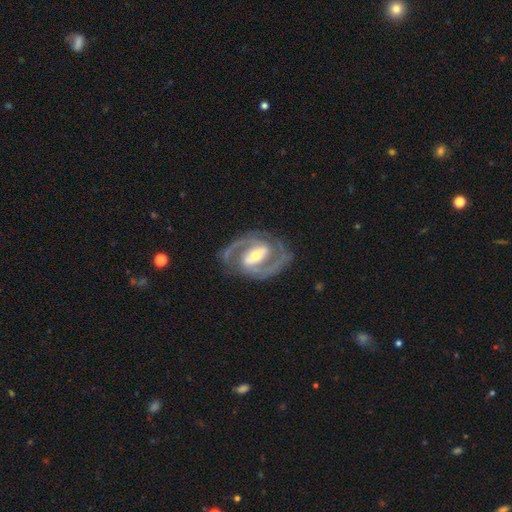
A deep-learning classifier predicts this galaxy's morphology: Smooth or featured?
  - featured or disk: 92% *
  - smooth: 5%
  - star or artifact: 4%
Edge-on disk?
  - no: 97% *
  - yes: 3%
Bar?
  - strong: 61% *
  - weak: 29%
  - no: 10%
Spiral arms?
  - yes: 97% *
  - no: 3%
Spiral winding?
  - medium: 53% *
  - tight: 39%
  - loose: 8%
Spiral arm count?
  - 2: 92% *
  - can't tell: 3%
  - 3: 2%
  - 1: 1%
  - 4: 1%
  - more than 4: 1%
Bulge size?
  - moderate: 55% *
  - small: 38%
  - large: 5%
  - none: 1%
  - dominant: 1%
Merging?
  - none: 82% *
  - minor disturbance: 12%
  - major disturbance: 5%
  - merger: 1%